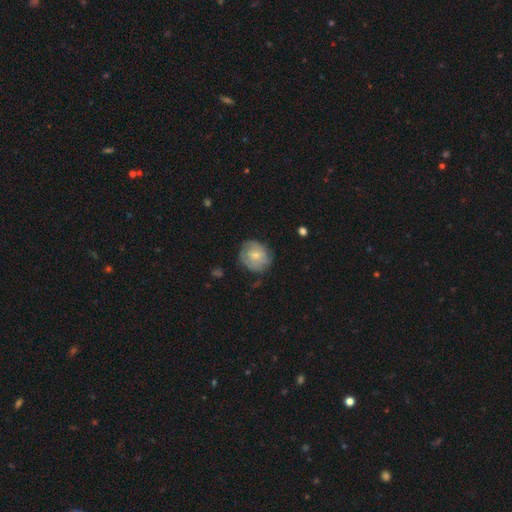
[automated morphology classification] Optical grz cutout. It shows a smooth galaxy with no disk features (58%) that is round (76%). Merging: none (68%).